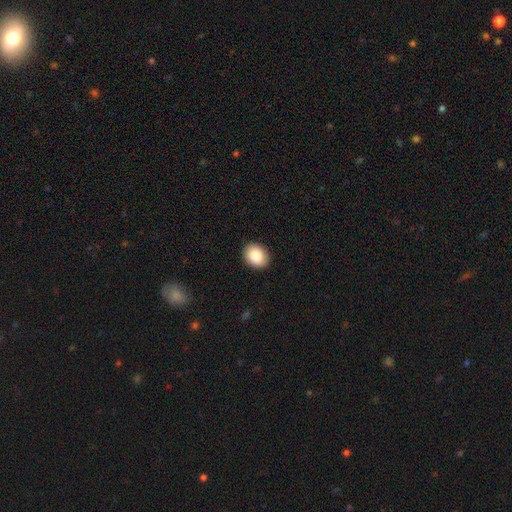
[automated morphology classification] This is clearly a smooth galaxy (89%). How rounded: possibly in between (57%). Merging: clearly none (89%).